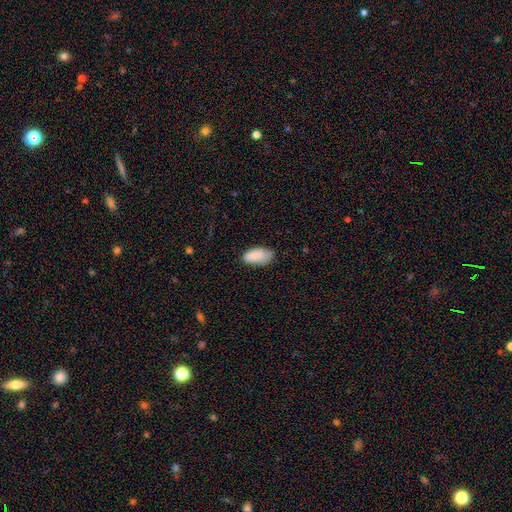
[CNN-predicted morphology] A smooth galaxy with no disk features (85%) that is in between round and cigar-shaped (93%). Merging: none (64%).